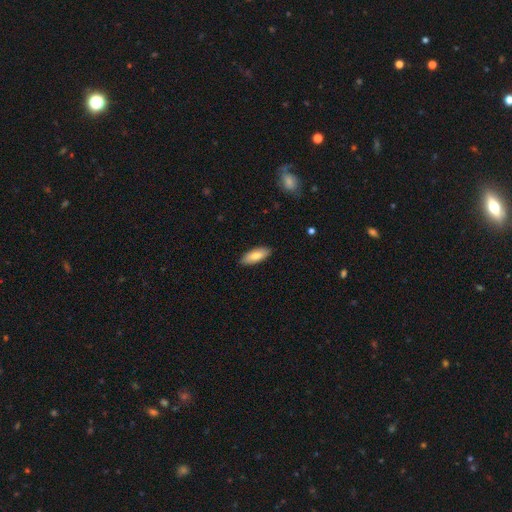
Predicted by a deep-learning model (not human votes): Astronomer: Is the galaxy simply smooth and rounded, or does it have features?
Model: smooth — 77%.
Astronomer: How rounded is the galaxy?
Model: in between — 78%.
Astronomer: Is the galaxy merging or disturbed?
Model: none — 88%.